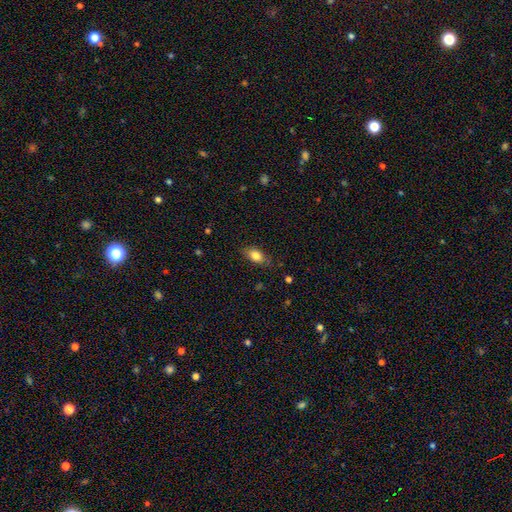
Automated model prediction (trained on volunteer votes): smooth 83%, featured or disk 9%, star or artifact 8%. Down the decision tree: how rounded — in between (87%); merging — none (81%).